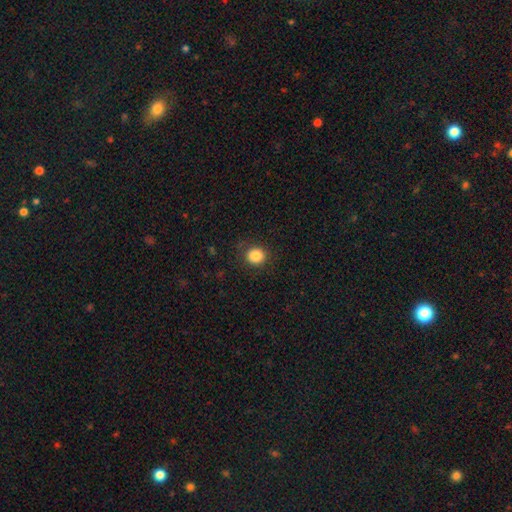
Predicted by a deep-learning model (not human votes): Smooth or featured? smooth (85%)
How rounded? round (84%)
Merging? none (87%)